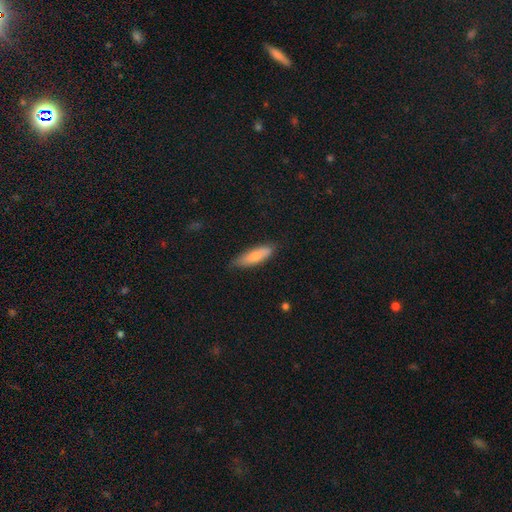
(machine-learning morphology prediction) smooth 75%, featured or disk 19%, star or artifact 6%. Down the decision tree: how rounded — cigar-shaped (53%); merging — none (79%).